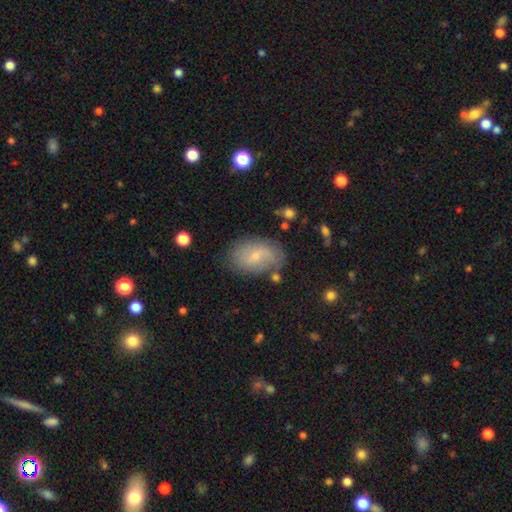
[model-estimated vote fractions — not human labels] Morphology: type=smooth (53%); roundness=in between (87%); merging=none (74%).